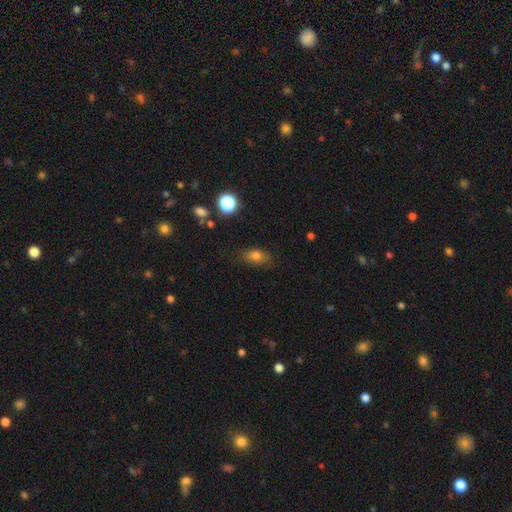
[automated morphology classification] A smooth galaxy with no disk features (75%) that is in between round and cigar-shaped (77%).

Vote fractions:
- Smooth or featured? smooth: 75% / star or artifact: 13% / featured or disk: 12%
- How rounded? in between: 77% / round: 15% / cigar-shaped: 7%
- Merging? none: 75% / minor disturbance: 18% / major disturbance: 5% / merger: 2%